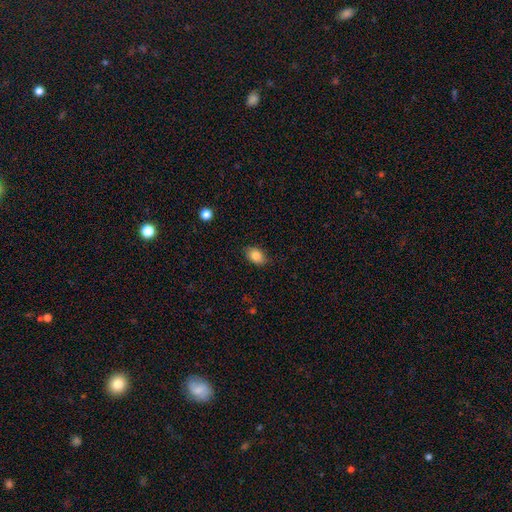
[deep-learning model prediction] The model was most divided on "how rounded": in between: 78%, round: 21%, cigar-shaped: 1%. More confident: smooth or featured — smooth (84%); merging — none (81%).